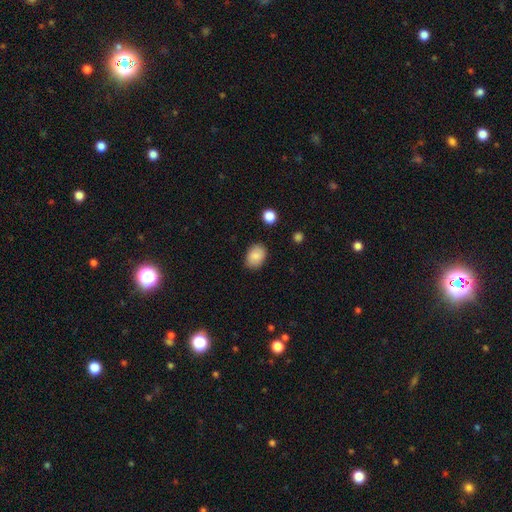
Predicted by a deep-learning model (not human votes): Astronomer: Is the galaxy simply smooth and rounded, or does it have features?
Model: smooth — 84%.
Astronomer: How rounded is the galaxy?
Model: in between — 70%.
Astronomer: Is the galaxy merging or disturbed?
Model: none — 84%.